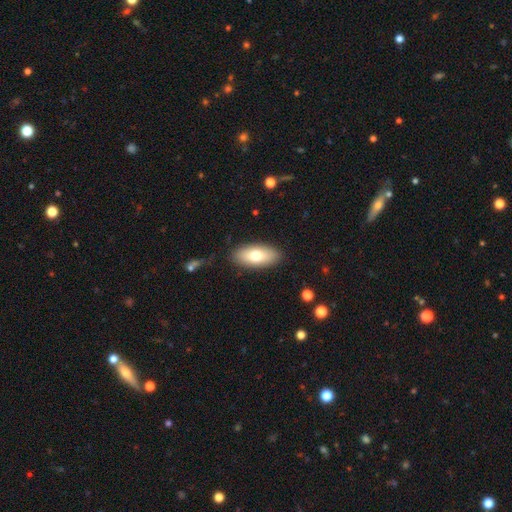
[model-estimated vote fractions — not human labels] This is likely a smooth galaxy (72%). How rounded: clearly in between (88%). Merging: clearly none (86%).